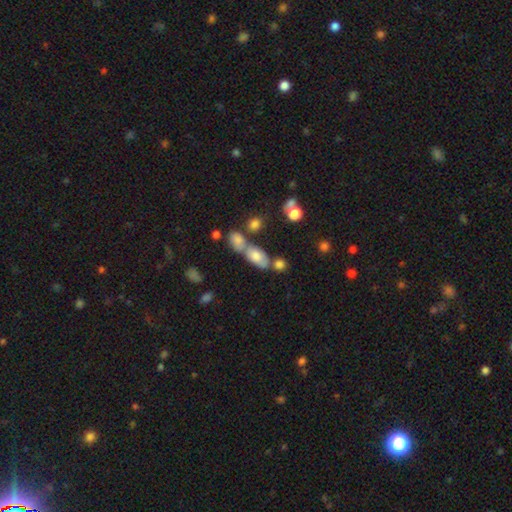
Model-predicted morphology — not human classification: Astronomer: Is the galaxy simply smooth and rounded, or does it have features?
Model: smooth — 66%.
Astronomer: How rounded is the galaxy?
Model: in between — 78%.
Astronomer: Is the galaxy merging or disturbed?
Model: none — 43% (runner-up: merger, 38%).